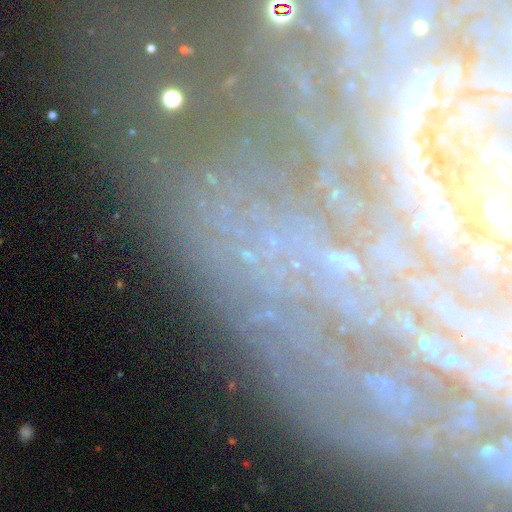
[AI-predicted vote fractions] Smooth or featured: featured or disk — 56% (star or artifact — 30%)
Edge-on disk: no — 87% (yes — 13%)
Merging: none — 66% (minor disturbance — 17%)